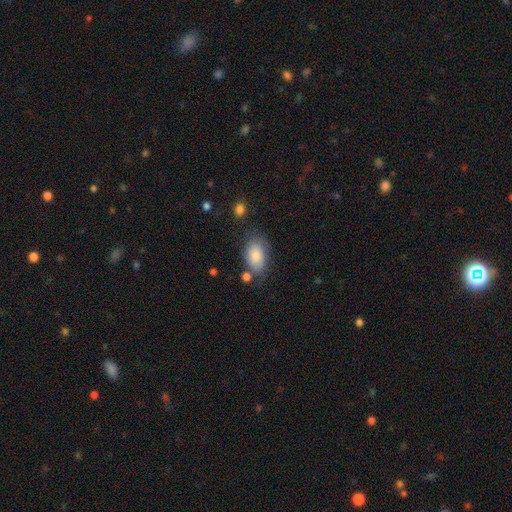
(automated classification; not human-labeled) Smooth or featured? Predicted: smooth (p=0.81). How rounded? Predicted: in between (p=0.91). Merging? Predicted: none (p=0.62).